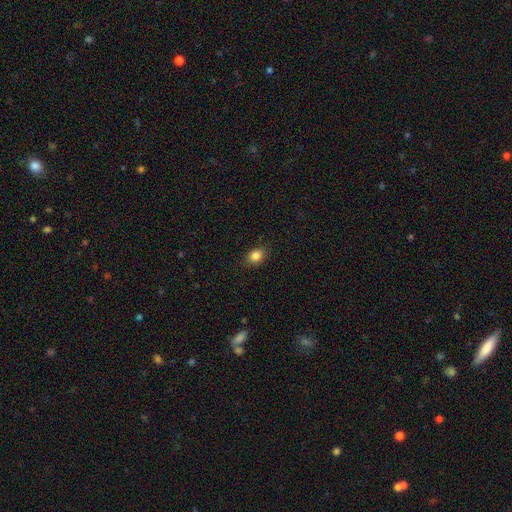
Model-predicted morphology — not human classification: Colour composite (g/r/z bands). It shows a smooth galaxy with no disk features (85%) that is in between round and cigar-shaped (55%). Merging: none (86%).